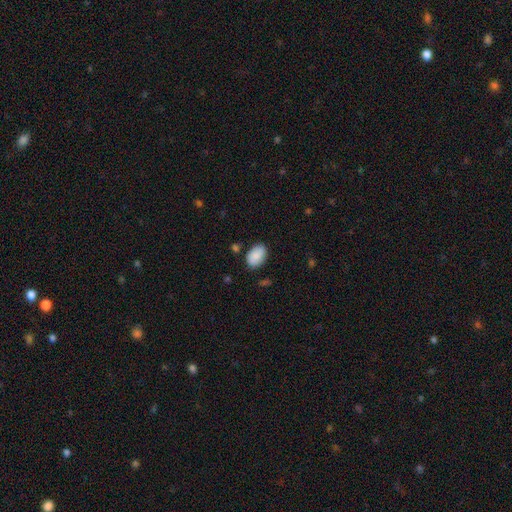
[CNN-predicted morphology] Overall: smooth (87%). How rounded: in between (89%). Merging: none (79%).